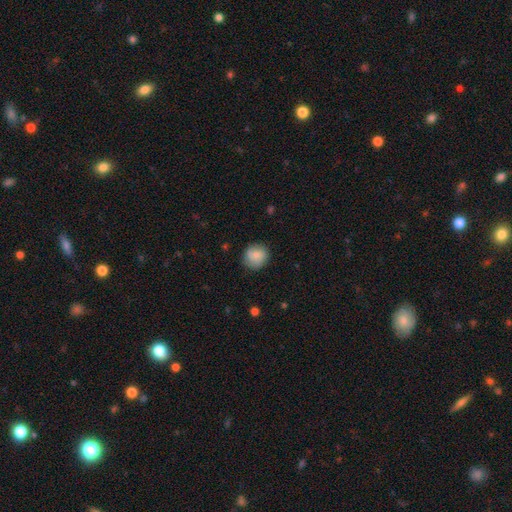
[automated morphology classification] A smooth galaxy with no disk features (83%) that is round (85%).

Vote fractions:
- Smooth or featured? smooth: 83% / featured or disk: 10% / star or artifact: 7%
- How rounded? round: 85% / in between: 14% / cigar-shaped: 1%
- Merging? none: 82% / minor disturbance: 13% / major disturbance: 3% / merger: 1%